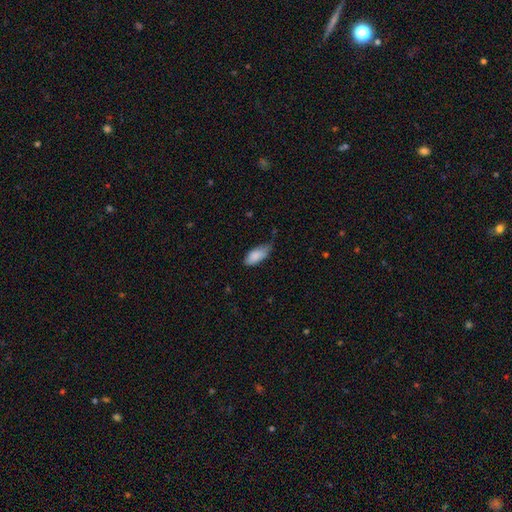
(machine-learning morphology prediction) This appears to be a smooth galaxy with no disk features (86%) that is in between round and cigar-shaped (89%). Merging: minor disturbance (46%).